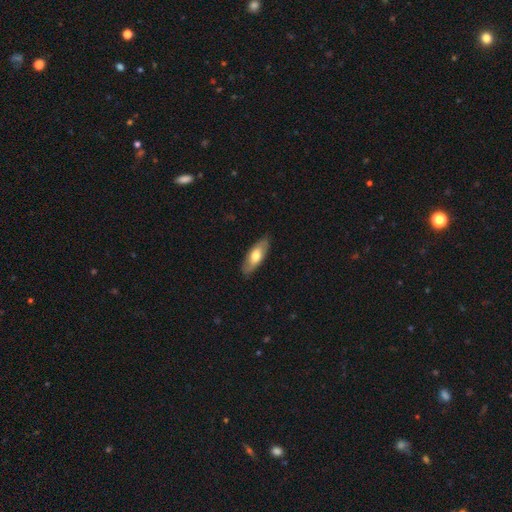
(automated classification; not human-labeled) smooth_or_featured: smooth (p=0.61) [alt: featured or disk p=0.34]
how_rounded: in between (p=0.69) [alt: cigar-shaped p=0.29]
merging: none (p=0.87) [alt: minor disturbance p=0.10]